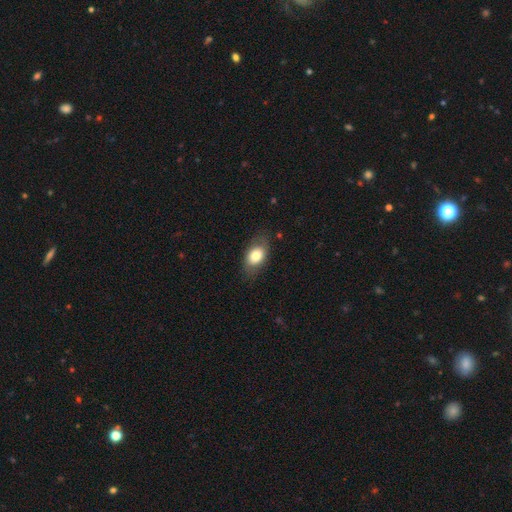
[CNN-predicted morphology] Overall: smooth (76%). How rounded: in between (85%). Merging: none (77%).